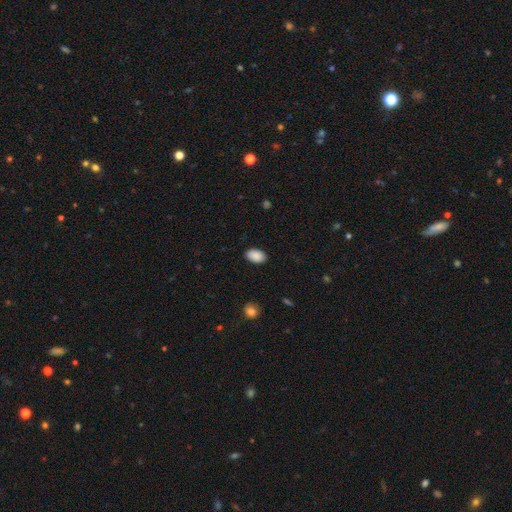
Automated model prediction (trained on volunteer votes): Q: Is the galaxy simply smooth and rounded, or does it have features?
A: smooth — 90%.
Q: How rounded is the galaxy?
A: in between — 91%.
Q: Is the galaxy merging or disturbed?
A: none — 88%.